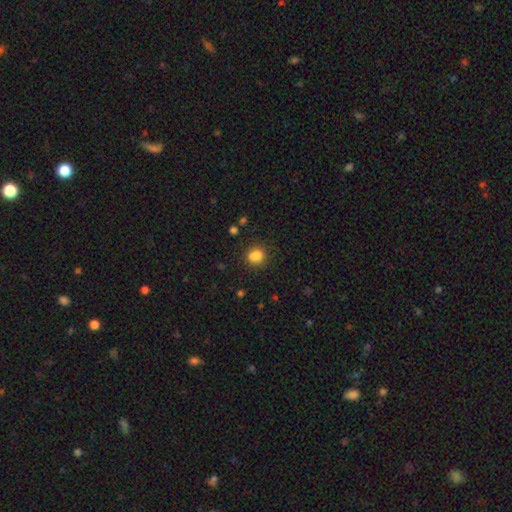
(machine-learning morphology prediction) smooth_or_featured: smooth (p=0.83) [alt: star or artifact p=0.11]
how_rounded: round (p=0.65) [alt: in between p=0.34]
merging: none (p=0.73) [alt: minor disturbance p=0.15]